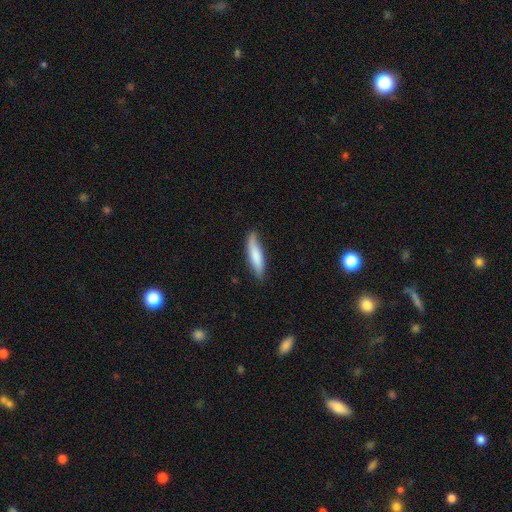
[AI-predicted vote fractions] smooth-or-featured: smooth: 78% | featured or disk: 16% | star or artifact: 5%
  how-rounded: cigar-shaped: 74% | in between: 25% | round: 1%
  merging: none: 76% | minor disturbance: 20% | major disturbance: 3% | merger: 1%